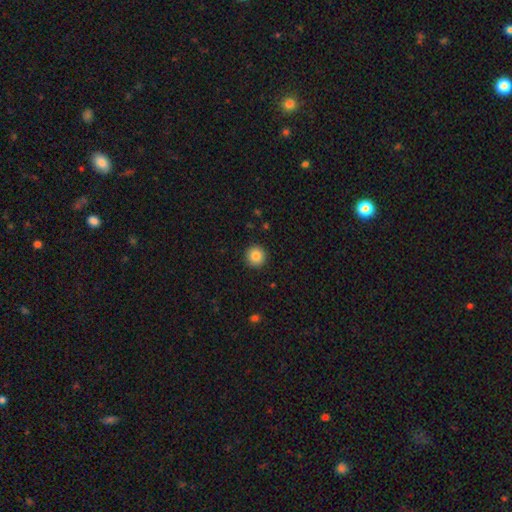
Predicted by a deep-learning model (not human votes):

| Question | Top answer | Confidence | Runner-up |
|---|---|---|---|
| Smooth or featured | smooth | 85% | star or artifact (9%) |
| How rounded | round | 95% | in between (4%) |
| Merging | none | 92% | minor disturbance (5%) |